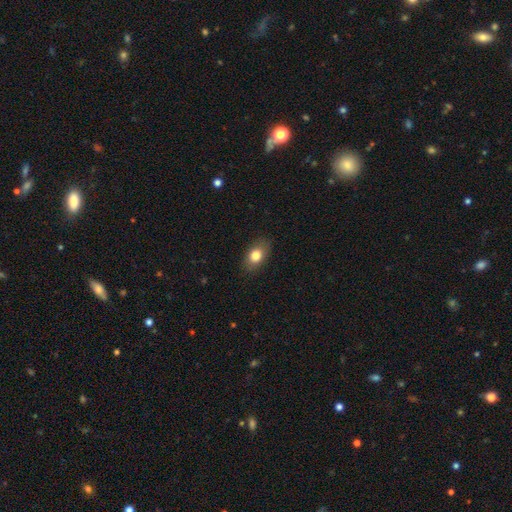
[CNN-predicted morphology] A smooth galaxy with no disk features (81%) that is in between round and cigar-shaped (81%).

Vote fractions:
- Smooth or featured? smooth: 81% / featured or disk: 11% / star or artifact: 8%
- How rounded? in between: 81% / round: 16% / cigar-shaped: 2%
- Merging? none: 84% / minor disturbance: 12% / major disturbance: 3% / merger: 1%